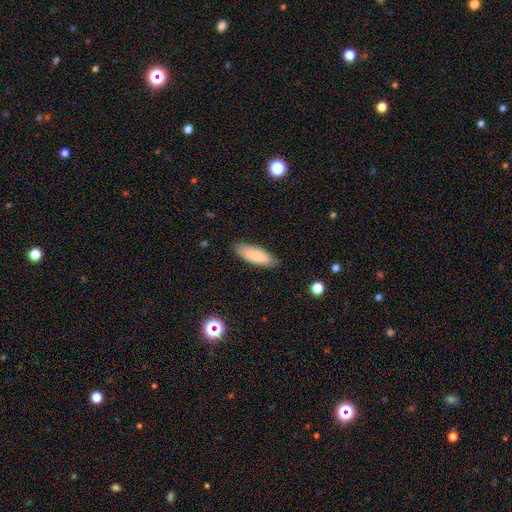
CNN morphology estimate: Smooth or featured: smooth — 82% (featured or disk — 12%)
How rounded: in between — 66% (cigar-shaped — 32%)
Merging: none — 84% (minor disturbance — 12%)